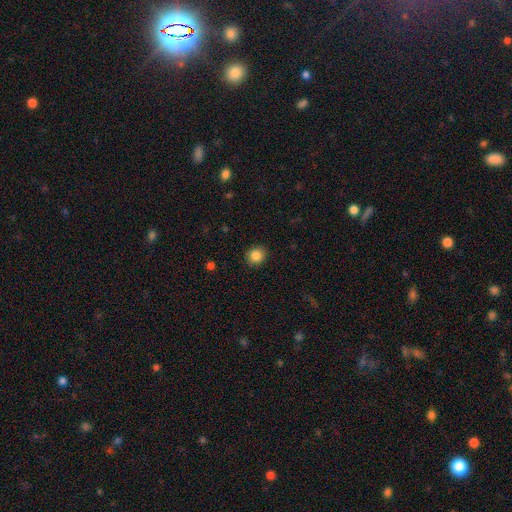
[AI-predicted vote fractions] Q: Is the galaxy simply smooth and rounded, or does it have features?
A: smooth — 85%.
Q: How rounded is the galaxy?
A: round — 81%.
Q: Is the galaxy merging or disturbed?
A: none — 90%.